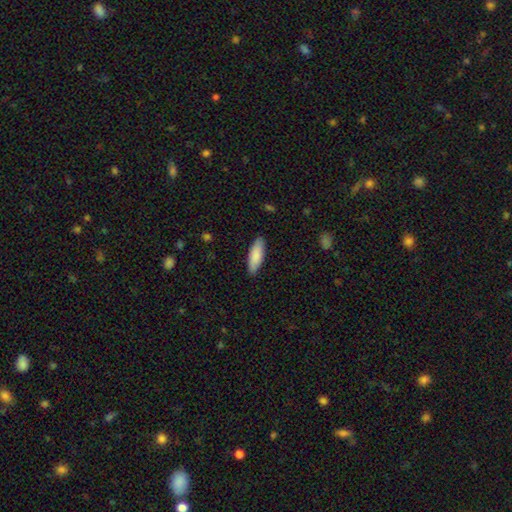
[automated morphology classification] Smooth or featured? Predicted: smooth (p=0.86). How rounded? Predicted: in between (p=0.58). Merging? Predicted: none (p=0.86).